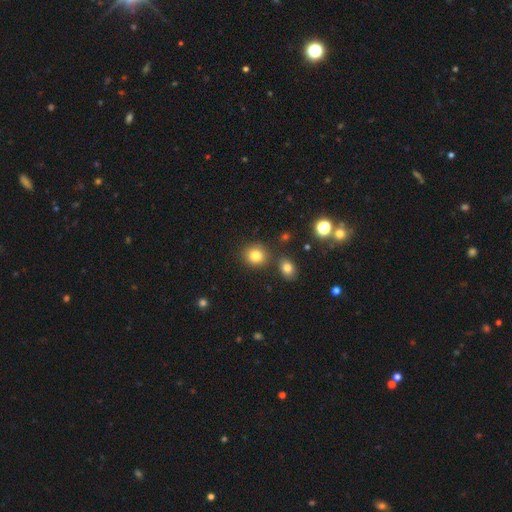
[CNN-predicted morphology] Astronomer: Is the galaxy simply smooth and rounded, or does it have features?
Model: smooth — 82%.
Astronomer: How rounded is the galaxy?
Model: round — 82%.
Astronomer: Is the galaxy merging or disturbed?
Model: none — 81%.